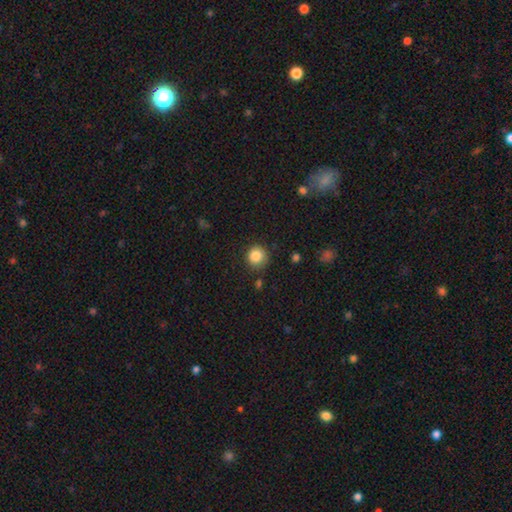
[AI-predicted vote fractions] Smooth or featured: smooth — 85% (star or artifact — 10%)
How rounded: round — 92% (in between — 7%)
Merging: none — 83% (minor disturbance — 12%)